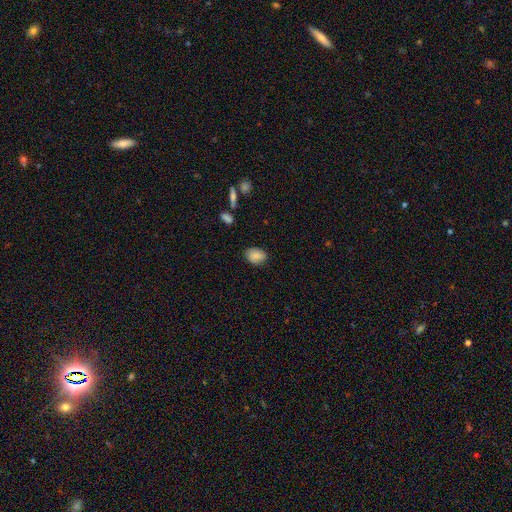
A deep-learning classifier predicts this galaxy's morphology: Q: Smooth or featured?
A: smooth (84%); runner-up: star or artifact (8%)
Q: How rounded?
A: in between (73%); runner-up: round (26%)
Q: Merging?
A: none (79%); runner-up: minor disturbance (16%)